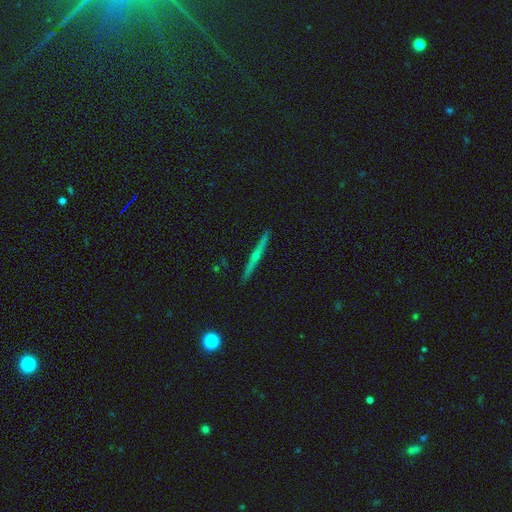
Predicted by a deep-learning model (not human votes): Morphology: type=featured or disk (74%); edge-on=yes (98%); edge-on bulge=rounded (79%); merging=none (92%).